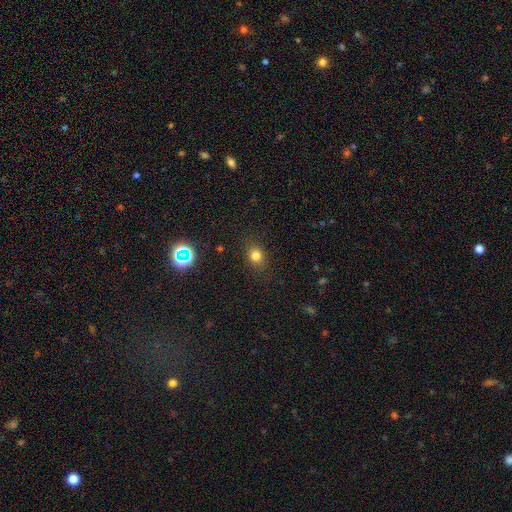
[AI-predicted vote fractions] Morphology: type=smooth (78%); roundness=round (57%); merging=none (85%).